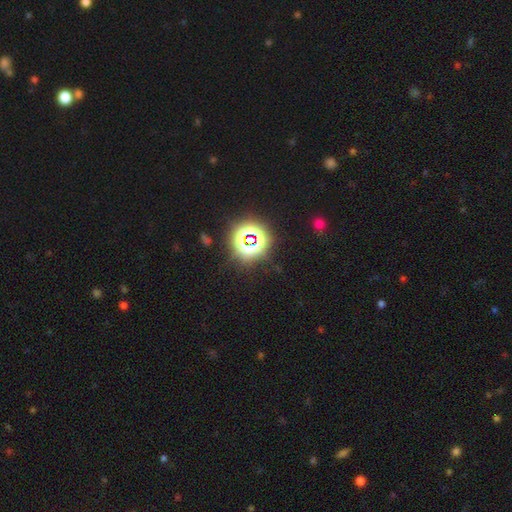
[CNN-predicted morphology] Overall: star or artifact (75%).